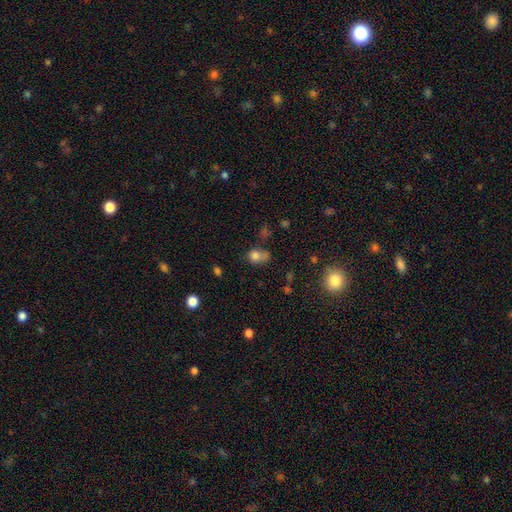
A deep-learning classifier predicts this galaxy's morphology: Overall: smooth (77%). How rounded: in between (58%; round 40%). Merging: none (36%; minor disturbance 28%).